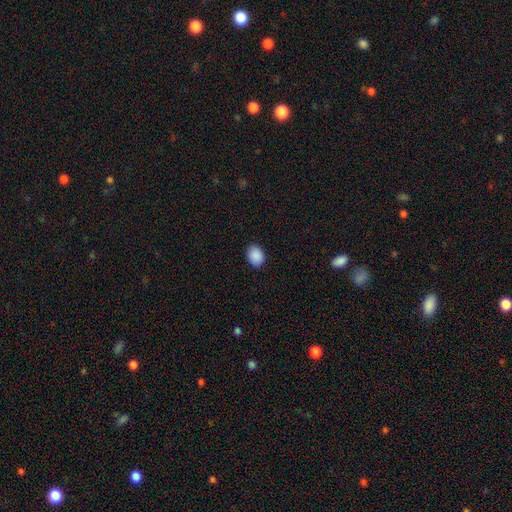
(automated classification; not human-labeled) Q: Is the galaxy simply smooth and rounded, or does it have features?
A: smooth — 90%.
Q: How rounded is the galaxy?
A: in between — 68%.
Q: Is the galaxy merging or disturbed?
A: none — 88%.